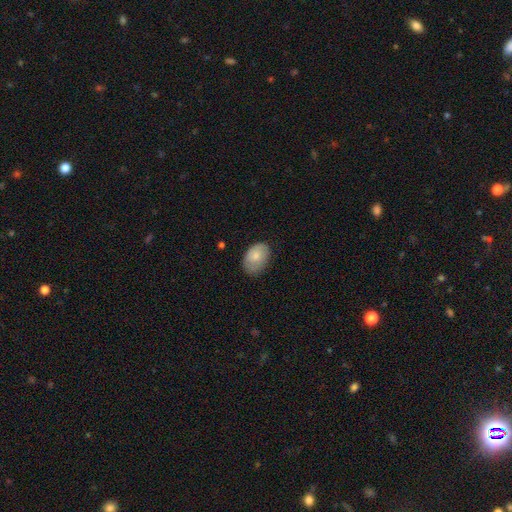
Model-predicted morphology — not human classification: smooth 73%, featured or disk 20%, star or artifact 6%. Down the decision tree: how rounded — in between (84%); merging — none (72%).